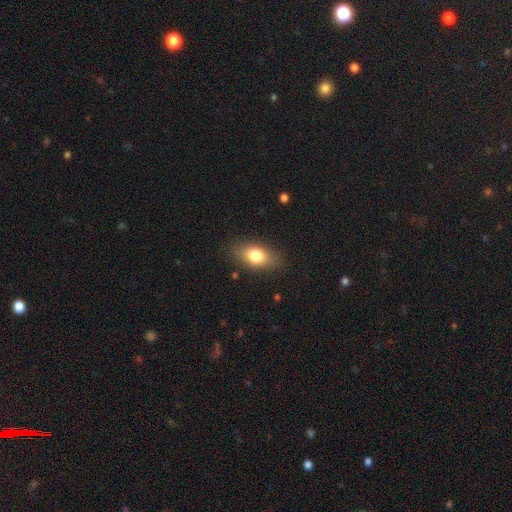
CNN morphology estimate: The model was most divided on "smooth or featured": smooth: 79%, featured or disk: 13%, star or artifact: 8%. More confident: how rounded — in between (86%); merging — none (84%).